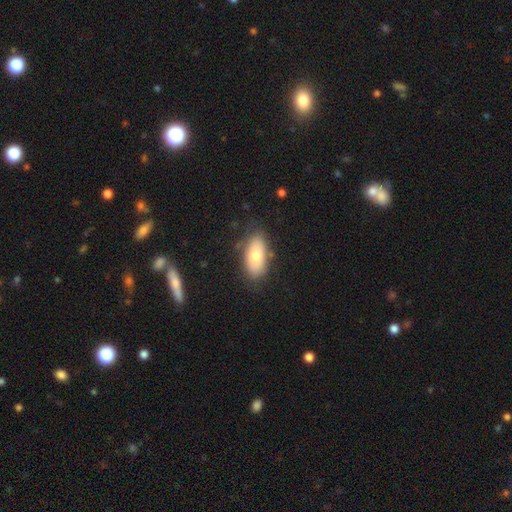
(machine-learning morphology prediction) Overall: smooth (71%). How rounded: in between (91%). Merging: none (77%).